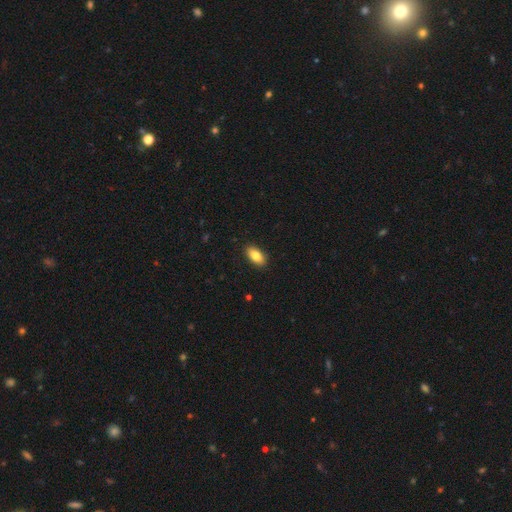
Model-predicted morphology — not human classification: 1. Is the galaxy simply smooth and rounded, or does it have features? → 84% smooth, 9% featured or disk, 7% star or artifact.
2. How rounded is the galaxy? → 91% in between, 5% cigar-shaped, 4% round.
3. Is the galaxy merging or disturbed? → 89% none, 8% minor disturbance, 2% major disturbance, 1% merger.